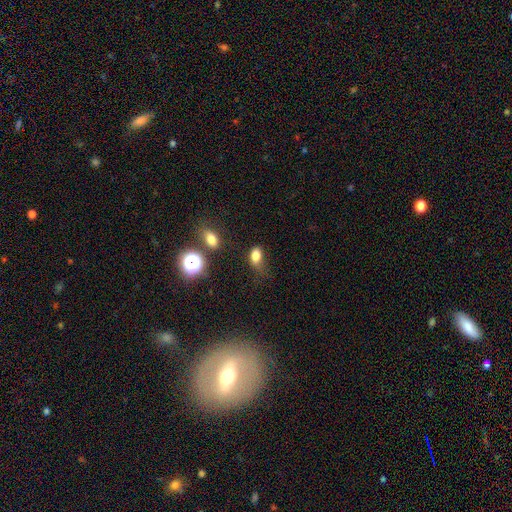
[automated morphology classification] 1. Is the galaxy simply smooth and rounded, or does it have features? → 79% smooth, 13% star or artifact, 8% featured or disk.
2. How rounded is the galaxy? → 81% in between, 16% round, 3% cigar-shaped.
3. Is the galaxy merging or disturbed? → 43% none, 34% minor disturbance, 19% major disturbance, 5% merger.